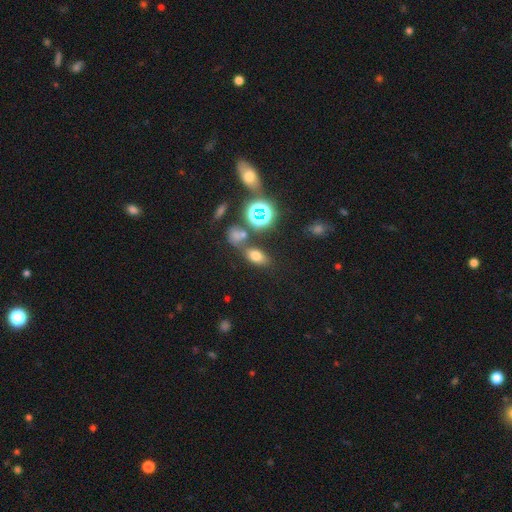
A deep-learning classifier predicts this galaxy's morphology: Overall: smooth (65%). How rounded: in between (81%). Merging: none (70%).